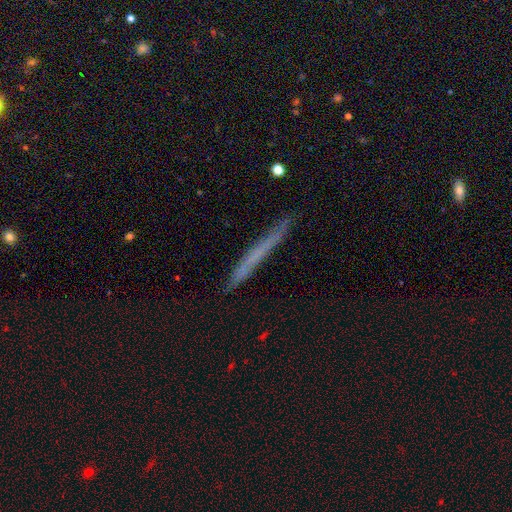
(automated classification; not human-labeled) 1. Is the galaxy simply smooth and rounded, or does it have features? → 50% smooth, 42% featured or disk, 8% star or artifact.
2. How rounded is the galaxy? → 97% cigar-shaped, 2% in between, 1% round.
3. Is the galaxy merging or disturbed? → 86% none, 11% minor disturbance, 2% major disturbance, 2% merger.